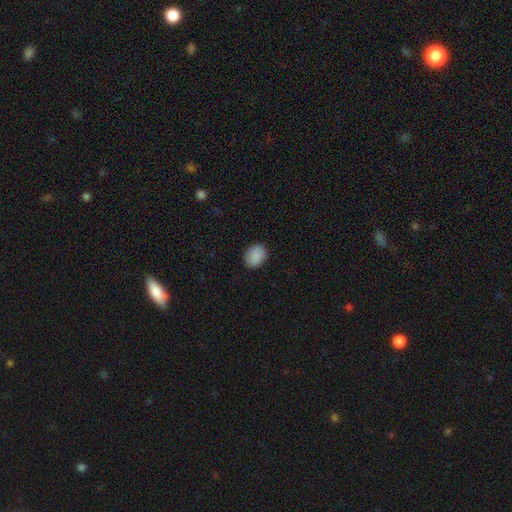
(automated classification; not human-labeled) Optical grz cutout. It shows a smooth galaxy with no disk features (89%) that is in between round and cigar-shaped (52%). Merging: none (89%).